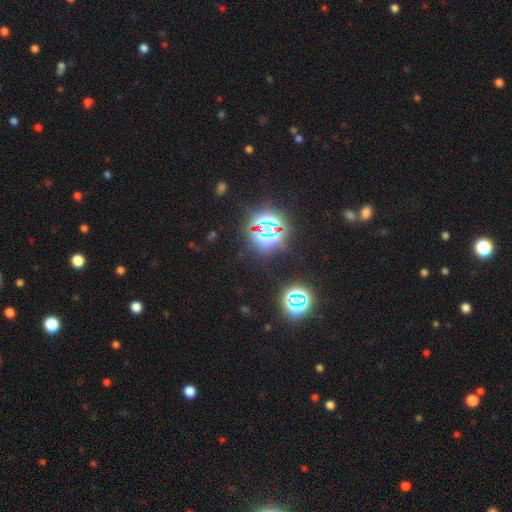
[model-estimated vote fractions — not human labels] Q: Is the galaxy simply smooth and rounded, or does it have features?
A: star or artifact — 76%.